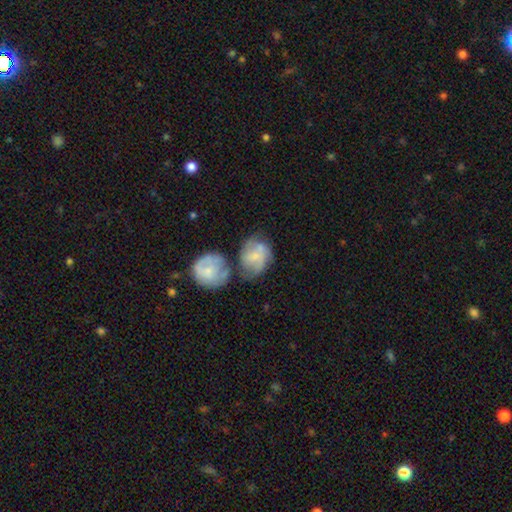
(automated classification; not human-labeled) featured or disk 49%, smooth 43%, star or artifact 8%. Down the decision tree: merging — none (34%).